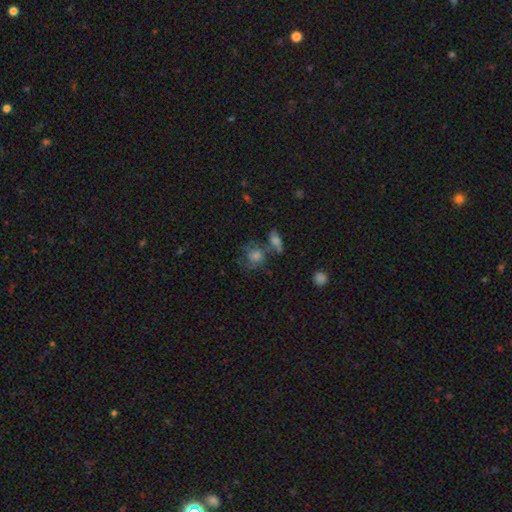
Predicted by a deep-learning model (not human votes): smooth_or_featured: smooth (p=0.54) [alt: featured or disk p=0.29]
how_rounded: round (p=0.71) [alt: in between p=0.27]
merging: none (p=0.48) [alt: merger p=0.22]